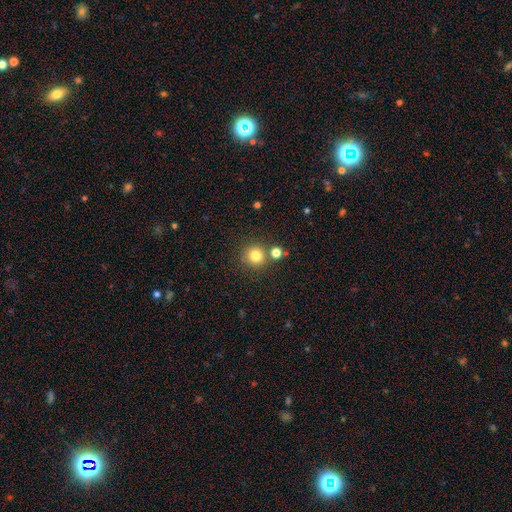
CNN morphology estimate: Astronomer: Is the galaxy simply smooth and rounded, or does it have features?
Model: smooth — 79%.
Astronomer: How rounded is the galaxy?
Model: round — 94%.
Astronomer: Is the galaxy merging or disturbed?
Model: none — 77%.